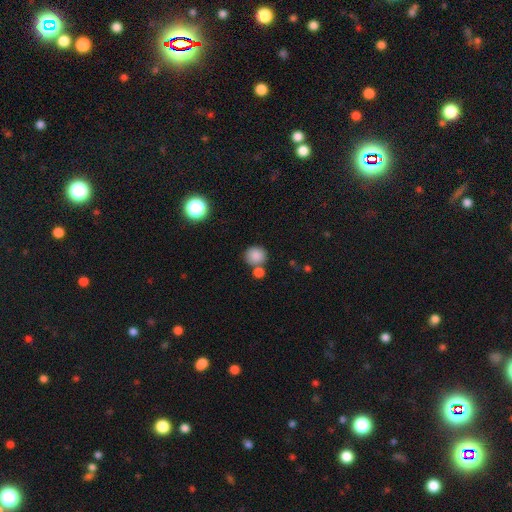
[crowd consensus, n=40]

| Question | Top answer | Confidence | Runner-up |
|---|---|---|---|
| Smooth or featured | smooth | 80% | featured or disk (10%) |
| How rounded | round | 100% | — |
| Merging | none | 64% | merger (19%) |